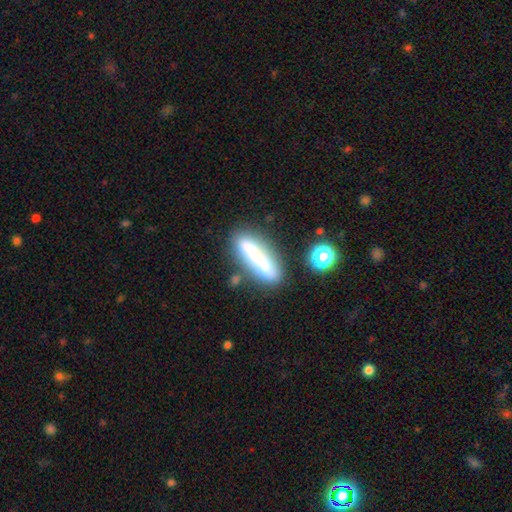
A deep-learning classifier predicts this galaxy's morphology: The model was most divided on "smooth or featured": smooth: 59%, featured or disk: 31%, star or artifact: 10%. More confident: how rounded — cigar-shaped (73%); merging — none (55%).